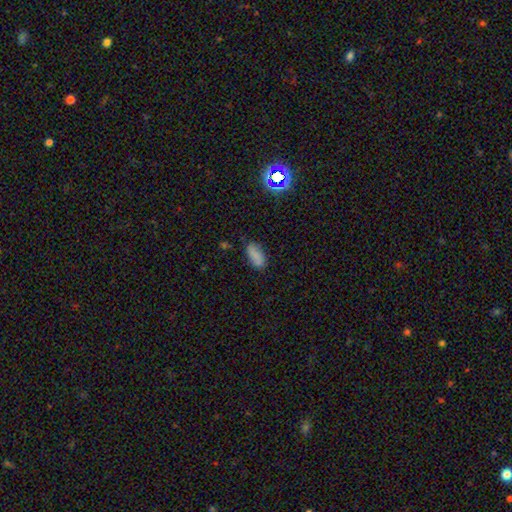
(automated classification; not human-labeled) Smooth or featured?
  - smooth: 81% *
  - star or artifact: 11%
  - featured or disk: 8%
How rounded?
  - in between: 90% *
  - cigar-shaped: 7%
  - round: 3%
Merging?
  - none: 78% *
  - minor disturbance: 16%
  - major disturbance: 4%
  - merger: 2%